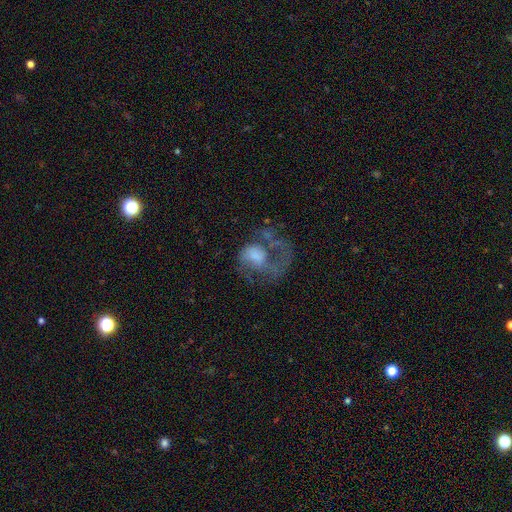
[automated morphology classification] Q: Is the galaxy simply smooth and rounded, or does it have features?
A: featured or disk — 54%.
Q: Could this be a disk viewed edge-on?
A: no — 98%.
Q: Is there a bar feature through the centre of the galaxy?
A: no — 75%.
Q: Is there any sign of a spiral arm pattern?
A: yes — 57%.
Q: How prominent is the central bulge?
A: moderate — 33%.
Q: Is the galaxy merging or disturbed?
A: major disturbance — 60%.